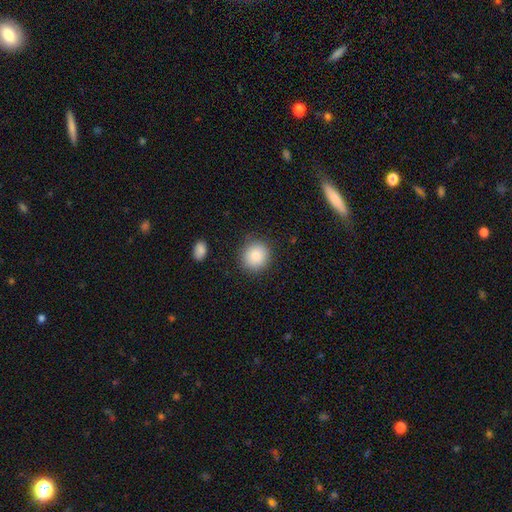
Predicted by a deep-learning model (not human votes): Overall: smooth (81%). How rounded: round (88%). Merging: none (88%).